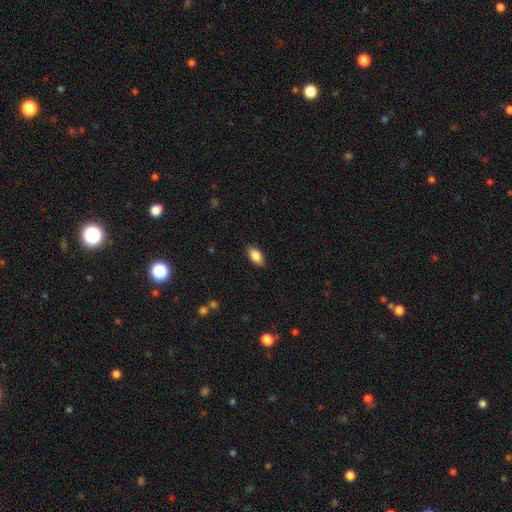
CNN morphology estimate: A smooth galaxy with no disk features (86%) that is in between round and cigar-shaped (92%). Merging: none (86%).